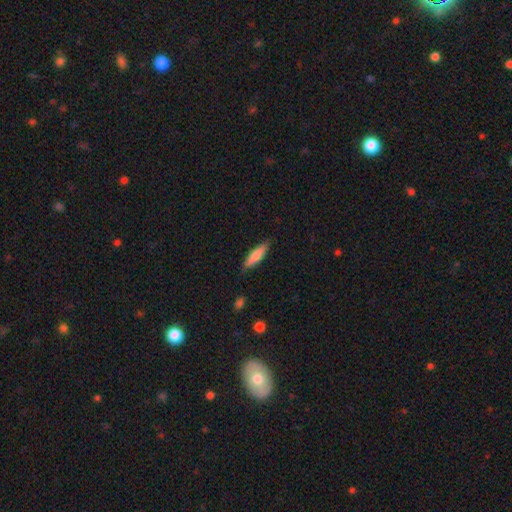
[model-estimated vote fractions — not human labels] Morphology: type=smooth (73%); roundness=cigar-shaped (71%); merging=none (82%).